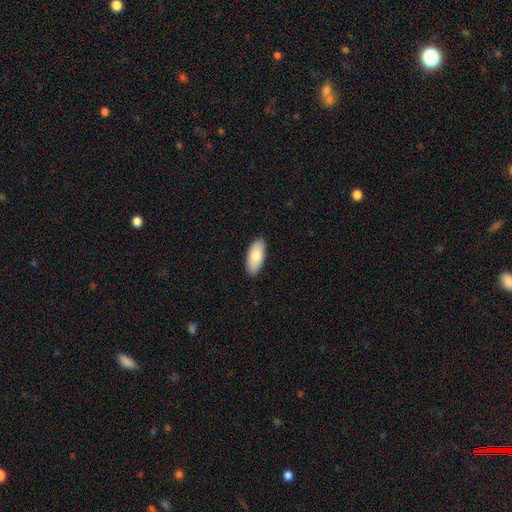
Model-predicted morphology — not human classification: type=smooth (83%); roundness=in between (88%); merging=none (88%).